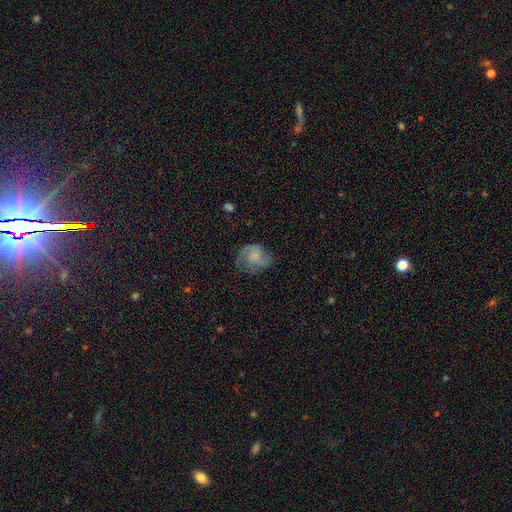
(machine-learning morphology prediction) Q: Smooth or featured?
A: featured or disk (49%); runner-up: smooth (42%)
Q: Merging?
A: none (56%); runner-up: minor disturbance (24%)